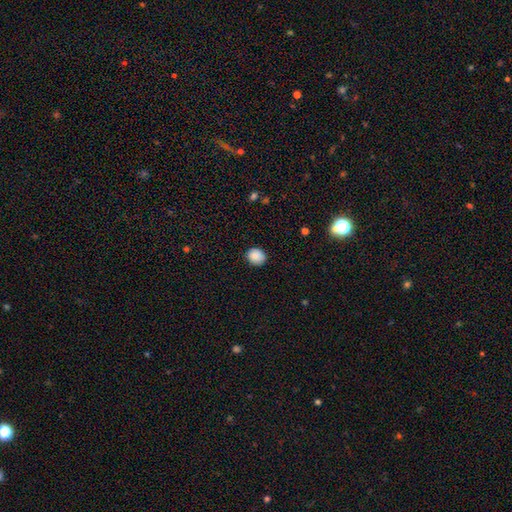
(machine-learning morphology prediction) This appears to be a smooth galaxy with no disk features (88%) that is round (71%). Merging: none (86%).